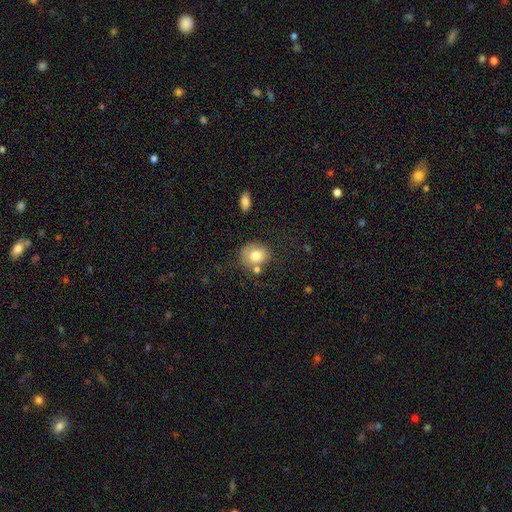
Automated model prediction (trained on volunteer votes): Morphology: type=smooth (77%); roundness=round (64%); merging=none (58%).